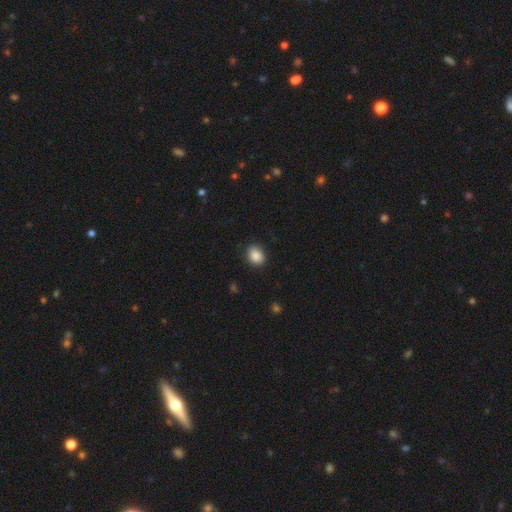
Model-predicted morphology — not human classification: Q: Smooth or featured?
A: smooth (88%); runner-up: star or artifact (8%)
Q: How rounded?
A: in between (57%); runner-up: round (42%)
Q: Merging?
A: none (84%); runner-up: minor disturbance (12%)